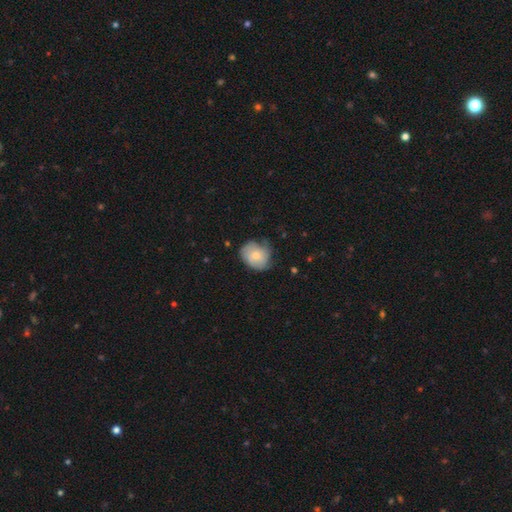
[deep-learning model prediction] A smooth galaxy with no disk features (60%) that is round (66%). Merging: none (57%).